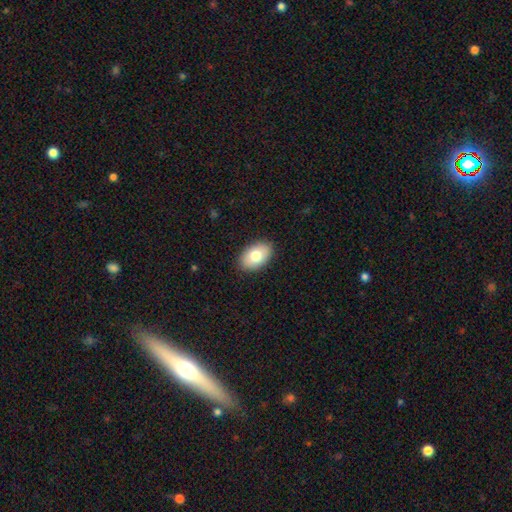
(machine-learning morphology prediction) This is likely a smooth galaxy (78%). How rounded: clearly in between (90%). Merging: clearly none (88%).